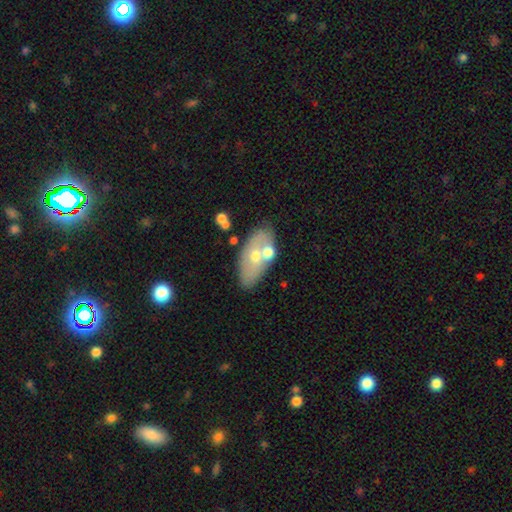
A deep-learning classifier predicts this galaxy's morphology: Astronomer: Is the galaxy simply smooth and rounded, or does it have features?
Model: smooth — 49% (runner-up: featured or disk, 42%).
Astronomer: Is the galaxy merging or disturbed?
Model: none — 65%.